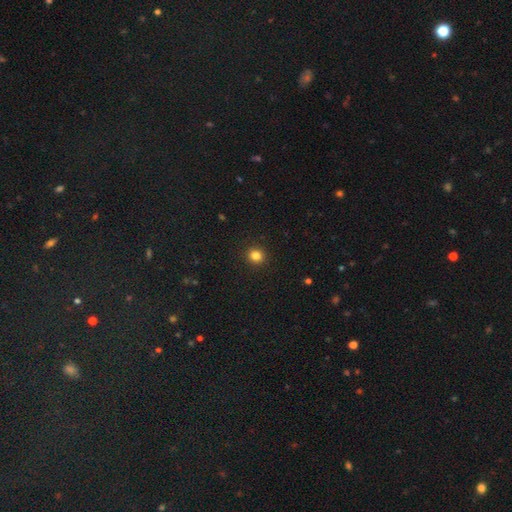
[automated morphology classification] A smooth galaxy with no disk features (83%) that is round (88%). Merging: none (92%).